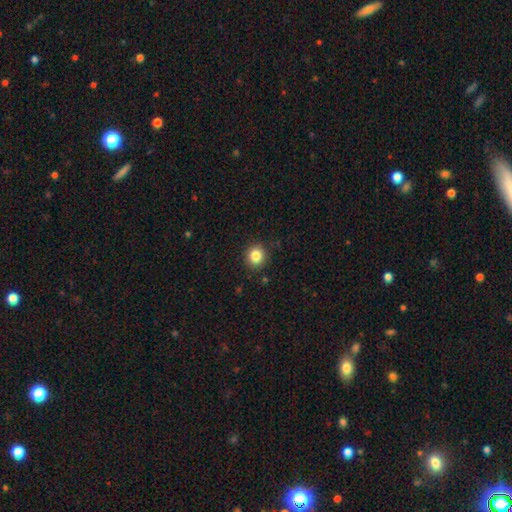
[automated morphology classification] Smooth or featured? smooth (84%)
How rounded? round (86%)
Merging? none (89%)